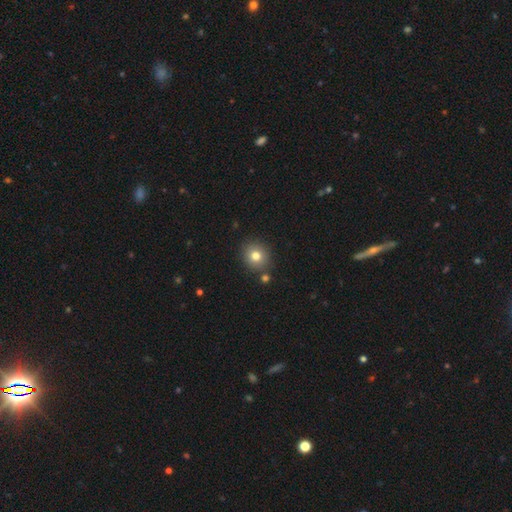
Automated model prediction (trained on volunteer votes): Overall: smooth (78%). How rounded: round (86%). Merging: none (82%).